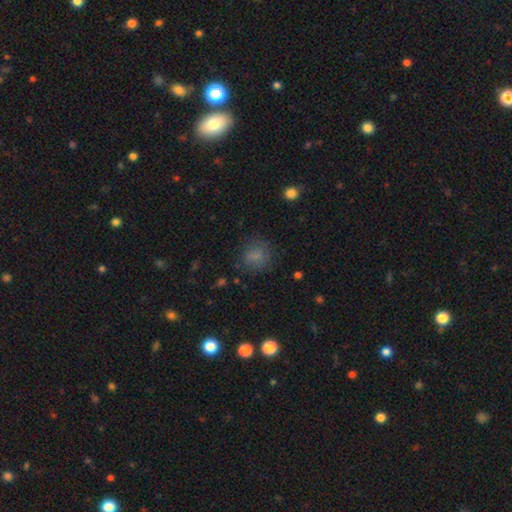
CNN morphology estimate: Smooth or featured? Predicted: smooth (p=0.74). How rounded? Predicted: round (p=0.77). Merging? Predicted: none (p=0.74).